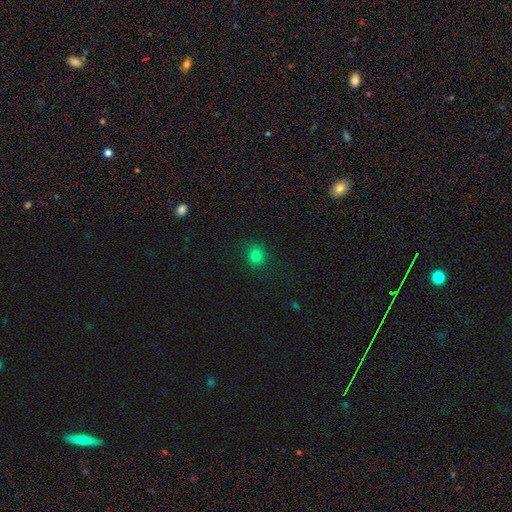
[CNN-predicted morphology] Overall: smooth (81%). How rounded: round (73%). Merging: none (86%).